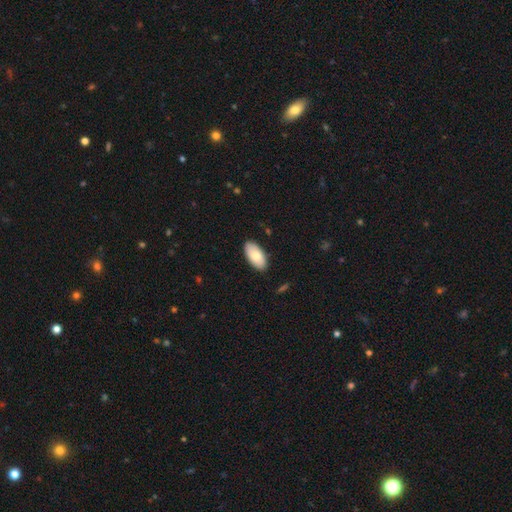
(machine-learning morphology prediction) type=smooth (79%); roundness=in between (95%); merging=none (89%).